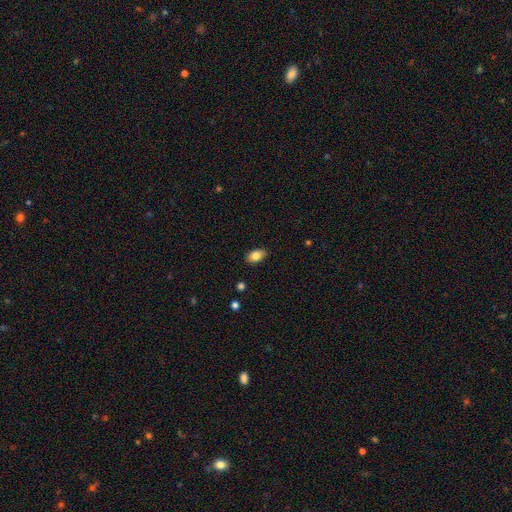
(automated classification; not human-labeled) A smooth galaxy with no disk features (84%) that is in between round and cigar-shaped (90%). Merging: none (86%).